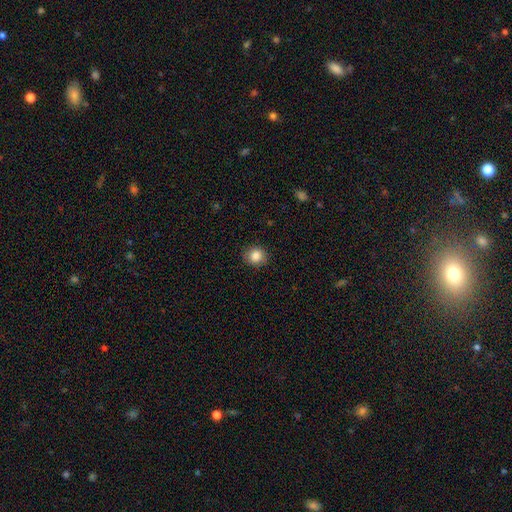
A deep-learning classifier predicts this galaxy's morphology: A smooth galaxy with no disk features (86%) that is round (80%). Merging: none (89%).